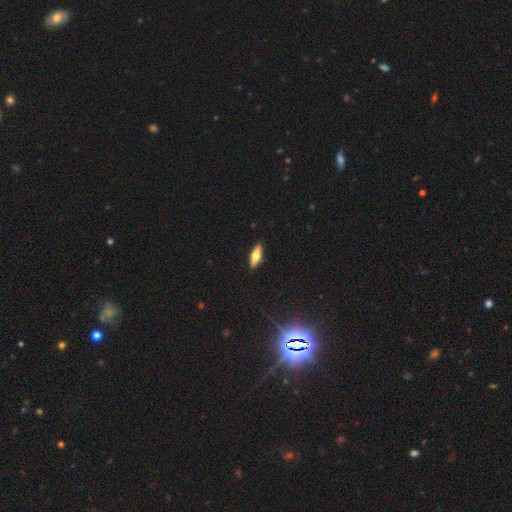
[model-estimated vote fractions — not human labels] smooth_or_featured: smooth (p=0.53) [alt: featured or disk p=0.41]
how_rounded: in between (p=0.54) [alt: cigar-shaped p=0.44]
merging: none (p=0.91) [alt: minor disturbance p=0.07]